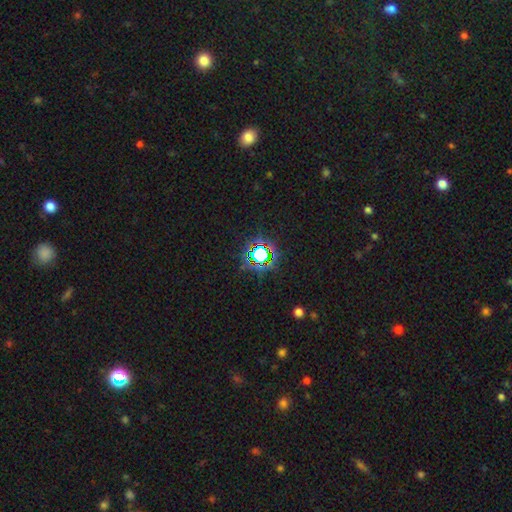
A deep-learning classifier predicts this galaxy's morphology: type=star or artifact (72%).